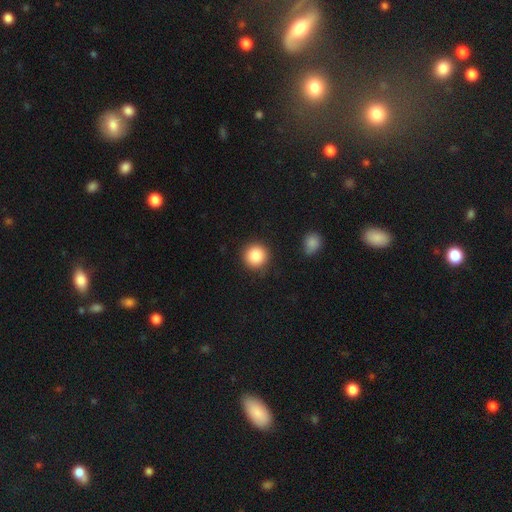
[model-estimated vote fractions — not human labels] A smooth galaxy with no disk features (87%) that is round (94%).

Vote fractions:
- Smooth or featured? smooth: 87% / star or artifact: 9% / featured or disk: 5%
- How rounded? round: 94% / in between: 5% / cigar-shaped: 1%
- Merging? none: 88% / minor disturbance: 8% / major disturbance: 2% / merger: 2%